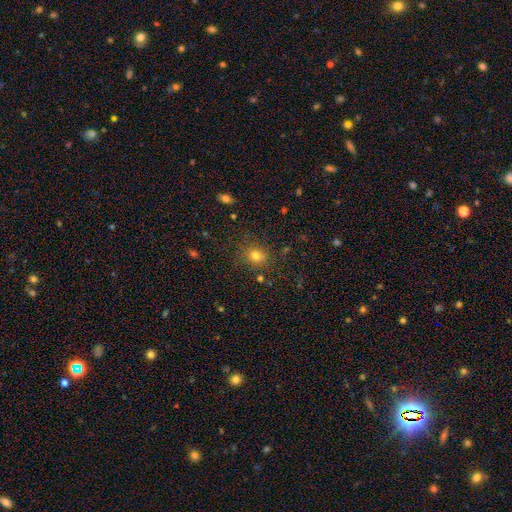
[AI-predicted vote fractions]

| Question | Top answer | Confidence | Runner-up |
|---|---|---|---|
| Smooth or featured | smooth | 74% | star or artifact (18%) |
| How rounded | round | 71% | in between (28%) |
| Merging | none | 81% | minor disturbance (12%) |